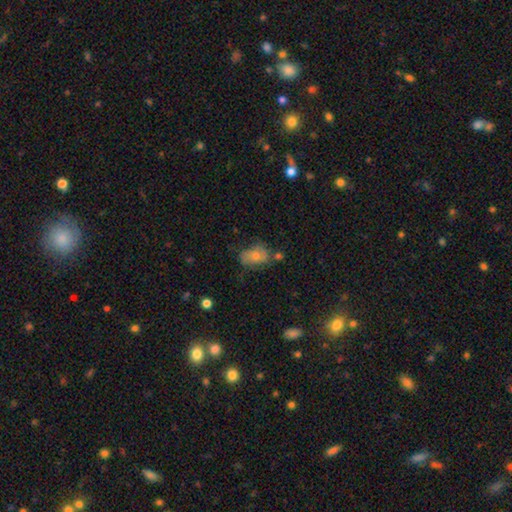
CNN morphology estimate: smooth-or-featured: smooth: 47% | featured or disk: 36% | star or artifact: 16%
  merging: none: 58% | minor disturbance: 26% | major disturbance: 10% | merger: 7%